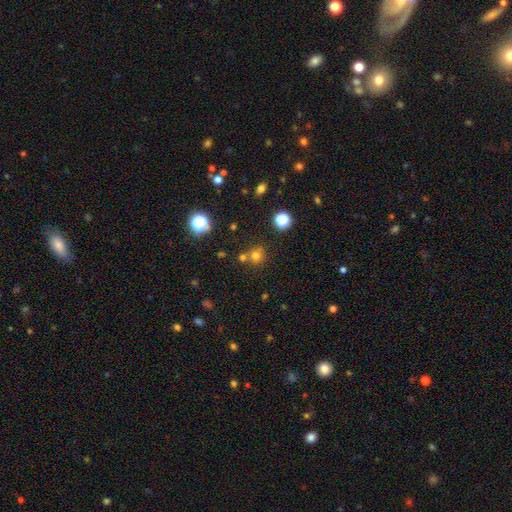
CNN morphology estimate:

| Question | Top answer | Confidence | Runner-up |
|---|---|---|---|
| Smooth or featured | smooth | 68% | star or artifact (23%) |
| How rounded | round | 90% | in between (9%) |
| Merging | none | 65% | merger (23%) |